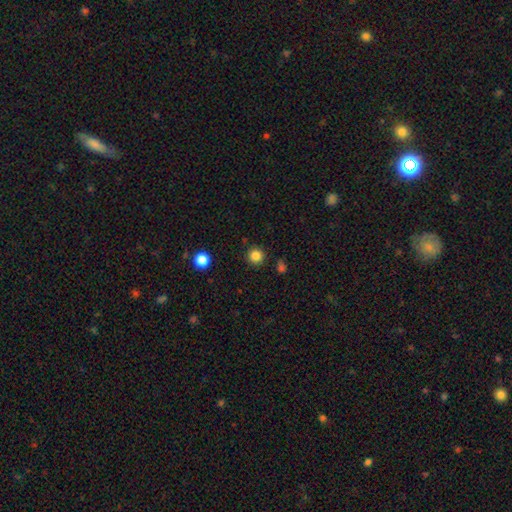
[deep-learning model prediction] Smooth or featured? Predicted: smooth (p=0.84). How rounded? Predicted: round (p=0.95). Merging? Predicted: none (p=0.90).